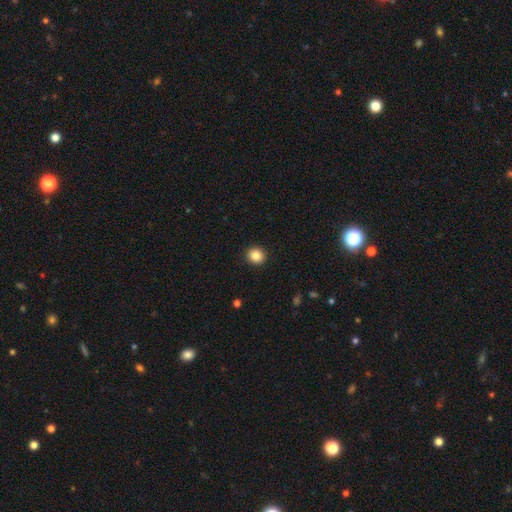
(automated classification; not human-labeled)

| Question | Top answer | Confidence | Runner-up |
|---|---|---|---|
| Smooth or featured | smooth | 85% | star or artifact (10%) |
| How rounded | round | 87% | in between (12%) |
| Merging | none | 92% | minor disturbance (5%) |